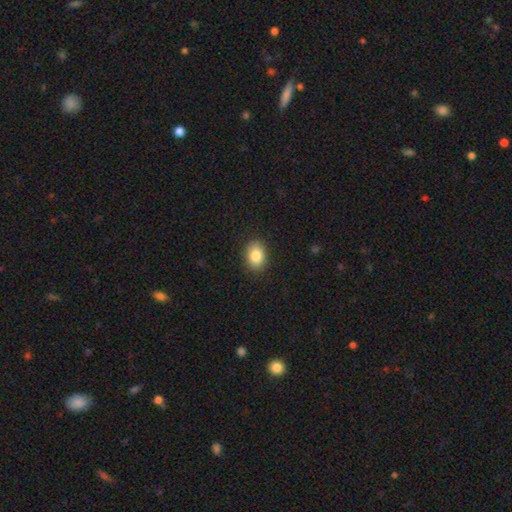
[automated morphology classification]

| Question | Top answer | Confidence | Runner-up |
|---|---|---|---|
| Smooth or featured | smooth | 85% | star or artifact (8%) |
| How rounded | in between | 73% | round (26%) |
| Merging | none | 89% | minor disturbance (8%) |